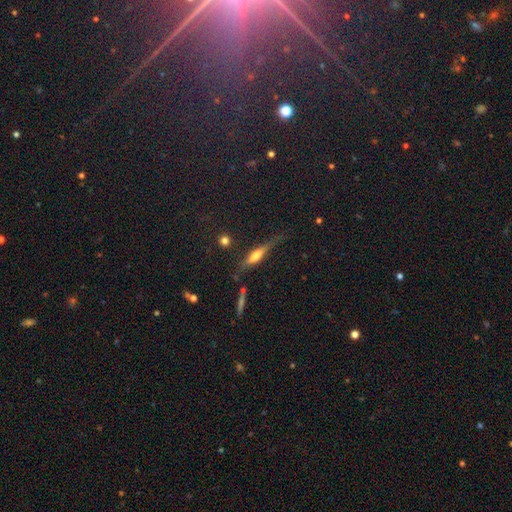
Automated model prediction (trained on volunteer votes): Q: Smooth or featured?
A: featured or disk (52%); runner-up: smooth (38%)
Q: Edge-on disk?
A: yes (92%); runner-up: no (8%)
Q: Merging?
A: none (66%); runner-up: minor disturbance (22%)